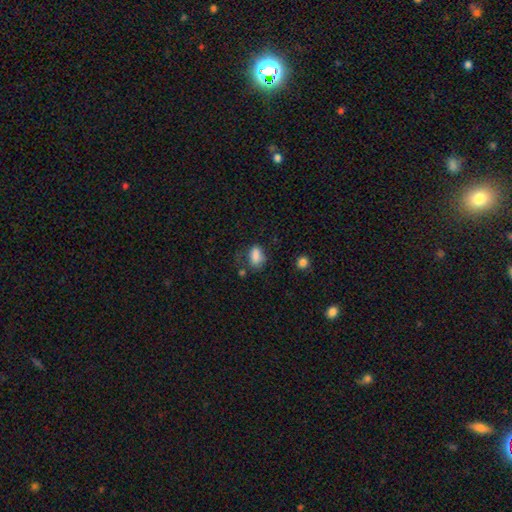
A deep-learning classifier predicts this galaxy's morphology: This appears to be a smooth galaxy with no disk features (83%) that is in between round and cigar-shaped (85%). Merging: none (51%).